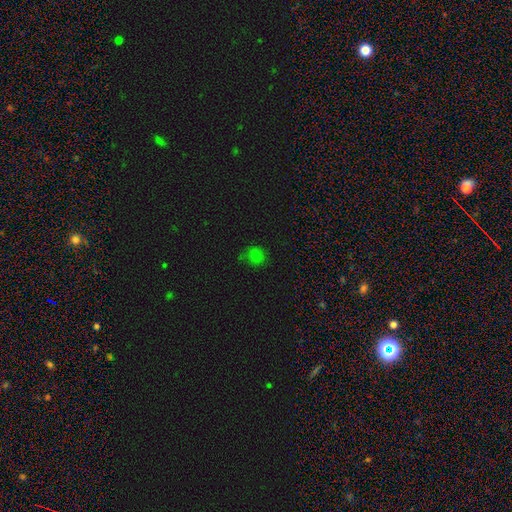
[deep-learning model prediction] A smooth galaxy with no disk features (67%) that is round (77%).

Vote fractions:
- Smooth or featured? smooth: 67% / star or artifact: 26% / featured or disk: 6%
- How rounded? round: 77% / in between: 22% / cigar-shaped: 1%
- Merging? none: 66% / minor disturbance: 23% / major disturbance: 8% / merger: 2%